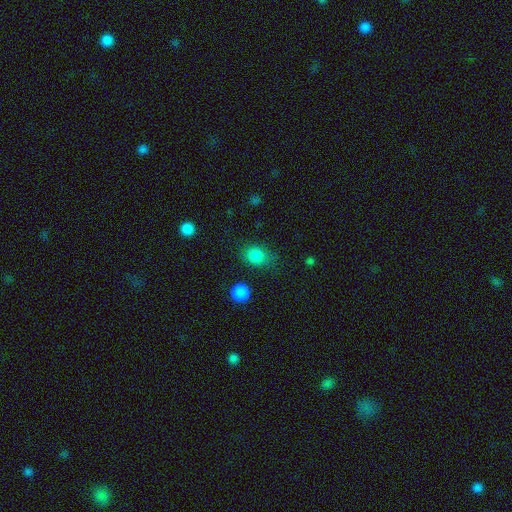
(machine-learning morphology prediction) Smooth or featured: smooth — 84% (star or artifact — 11%)
How rounded: round — 54% (in between — 45%)
Merging: none — 69% (minor disturbance — 20%)